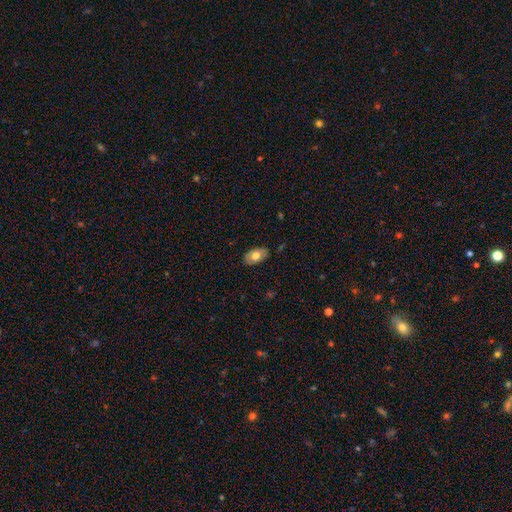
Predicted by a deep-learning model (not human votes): Overall: smooth (71%). How rounded: in between (93%). Merging: none (84%).